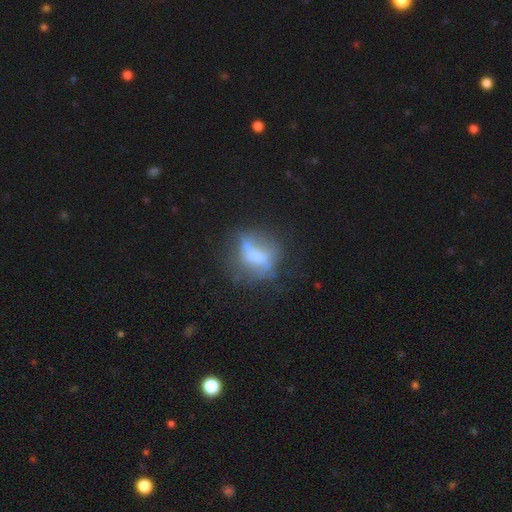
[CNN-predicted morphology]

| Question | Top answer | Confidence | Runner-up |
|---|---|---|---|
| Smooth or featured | smooth | 45% | featured or disk (42%) |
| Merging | none | 39% | major disturbance (26%) |